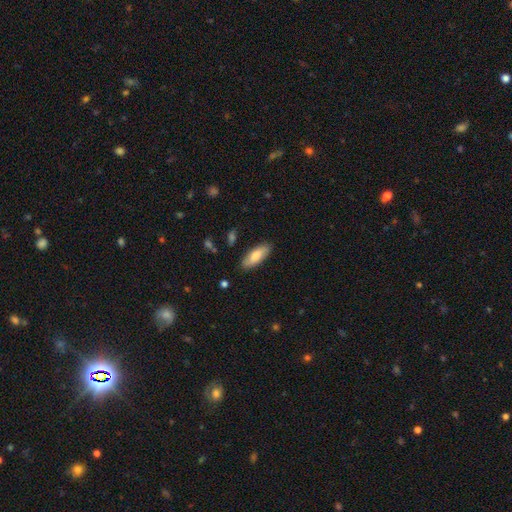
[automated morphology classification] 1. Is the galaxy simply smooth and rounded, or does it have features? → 74% smooth, 20% featured or disk, 6% star or artifact.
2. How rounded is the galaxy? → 75% in between, 23% cigar-shaped, 2% round.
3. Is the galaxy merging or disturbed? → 86% none, 11% minor disturbance, 2% major disturbance, 1% merger.